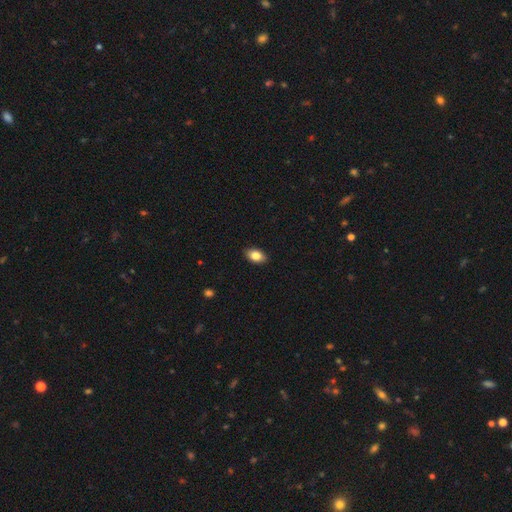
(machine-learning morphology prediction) smooth-or-featured: smooth: 83% | featured or disk: 9% | star or artifact: 8%
  how-rounded: in between: 88% | round: 11% | cigar-shaped: 2%
  merging: none: 88% | minor disturbance: 9% | major disturbance: 2% | merger: 1%